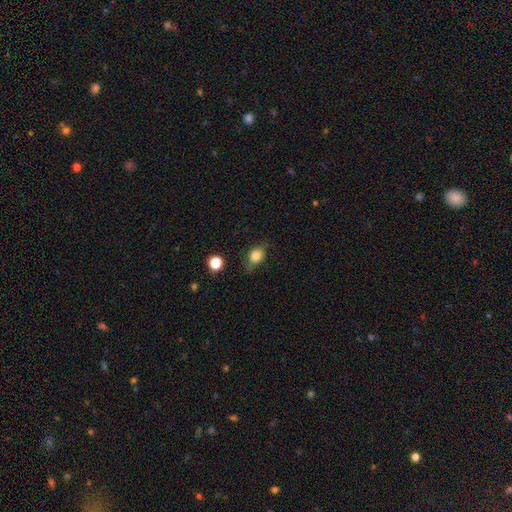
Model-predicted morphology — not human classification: Overall: smooth (77%). How rounded: in between (55%; round 42%). Merging: none (62%; minor disturbance 27%).